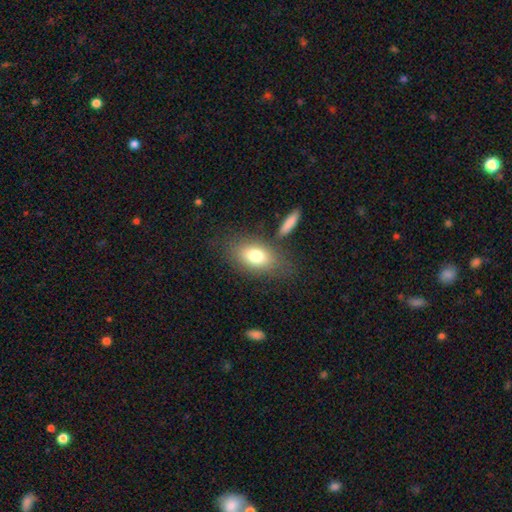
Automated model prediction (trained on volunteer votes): smooth-or-featured: smooth: 76% | featured or disk: 15% | star or artifact: 9%
  how-rounded: in between: 84% | round: 13% | cigar-shaped: 3%
  merging: none: 69% | minor disturbance: 14% | merger: 9% | major disturbance: 7%